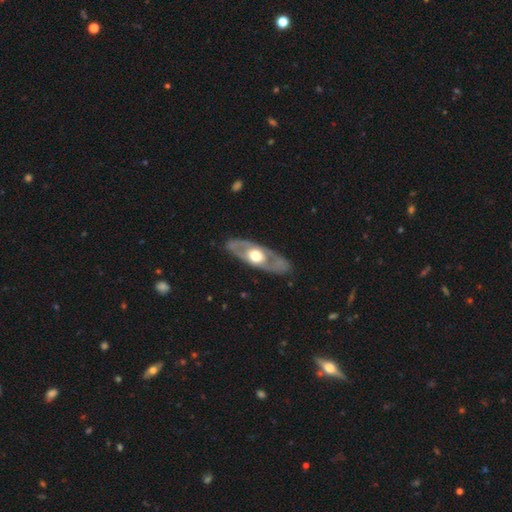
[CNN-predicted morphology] smooth_or_featured: featured or disk (p=0.67) [alt: smooth p=0.29]
disk_edge_on: no (p=0.72) [alt: yes p=0.28]
merging: none (p=0.84) [alt: minor disturbance p=0.11]